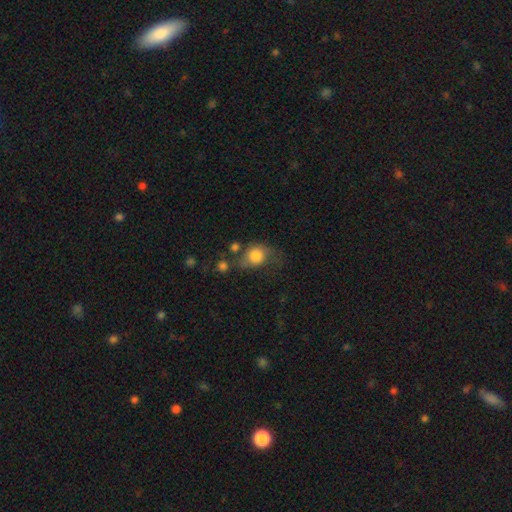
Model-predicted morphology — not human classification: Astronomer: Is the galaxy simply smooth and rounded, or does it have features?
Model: smooth — 75%.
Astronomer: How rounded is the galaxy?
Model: round — 57% (runner-up: in between, 41%).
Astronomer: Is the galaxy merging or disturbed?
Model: none — 38% (runner-up: minor disturbance, 28%).